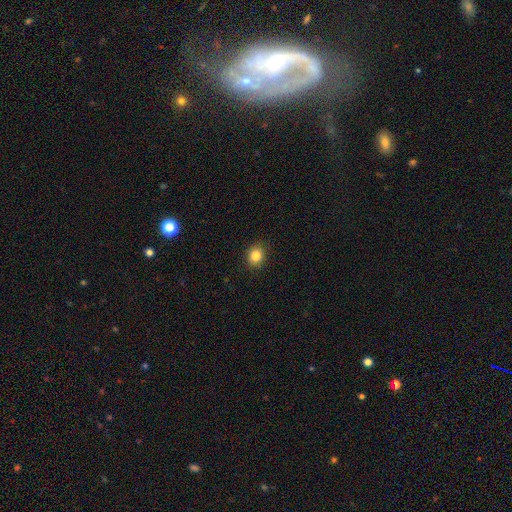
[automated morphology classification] Overall: smooth (84%). How rounded: round (66%; in between 33%). Merging: none (89%).